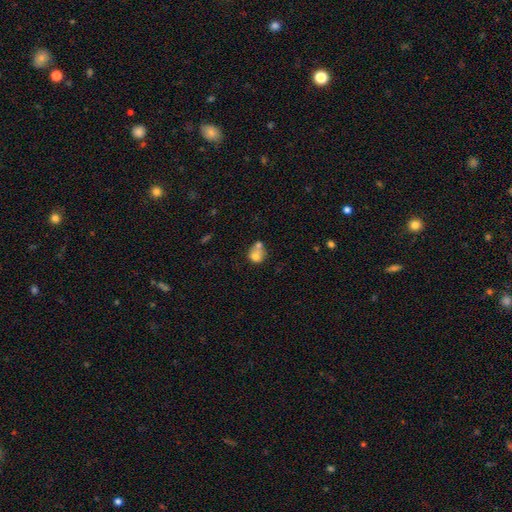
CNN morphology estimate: Smooth or featured? Predicted: smooth (p=0.69). How rounded? Predicted: round (p=0.69). Merging? Predicted: merger (p=0.52).